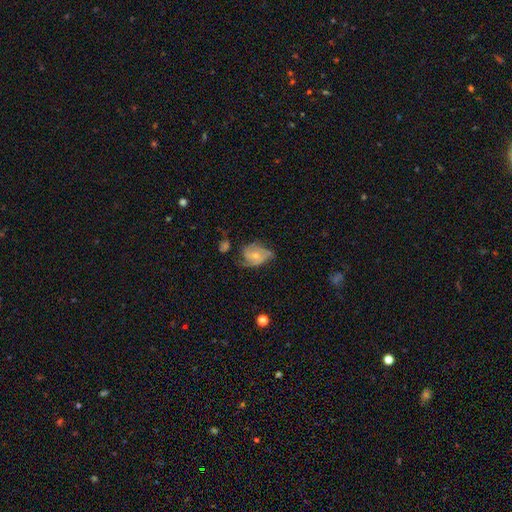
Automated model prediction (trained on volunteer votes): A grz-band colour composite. It shows a featured or disk galaxy (66%) with no bar (67%), 2 (40%) medium (43%) spiral arms (84%) and a small central bulge (56%). Merging: none (45%).